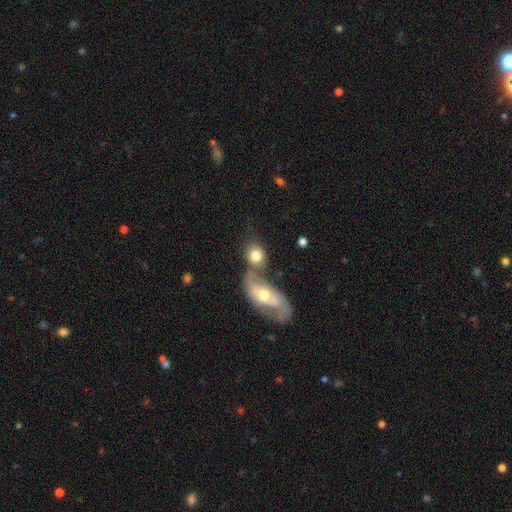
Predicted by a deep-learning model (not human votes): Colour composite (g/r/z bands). It shows a smooth galaxy with no disk features (68%) that is round (54%). Merging: merger (49%).